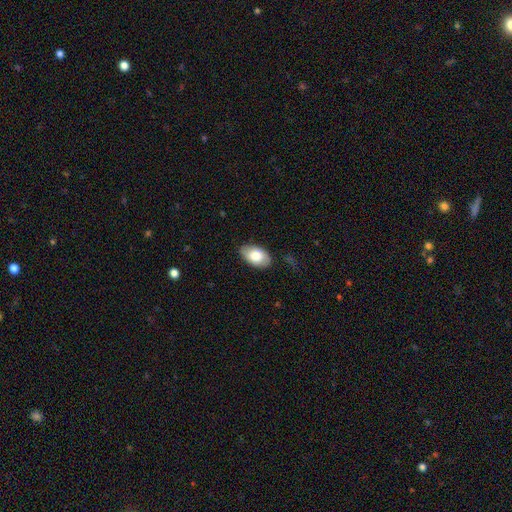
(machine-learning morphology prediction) Smooth or featured? smooth (78%)
How rounded? in between (93%)
Merging? none (81%)